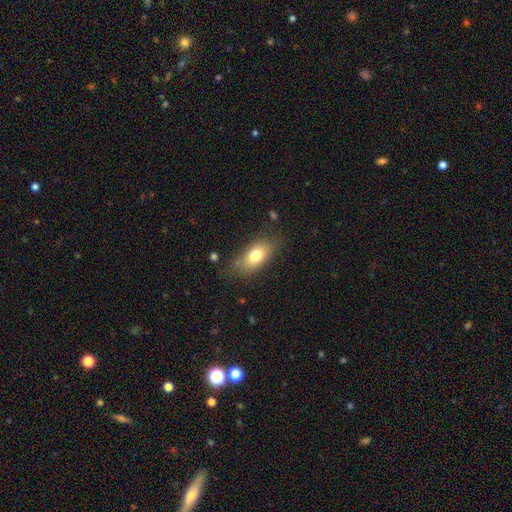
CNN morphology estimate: Overall: smooth (75%). How rounded: in between (85%). Merging: none (76%).